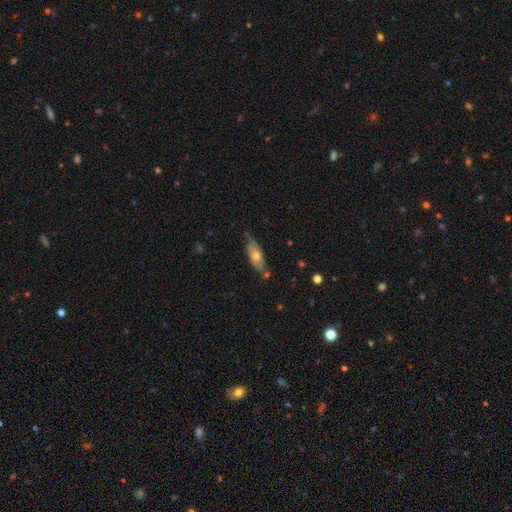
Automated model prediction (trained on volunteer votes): Morphology: type=smooth (50%); merging=none (57%).